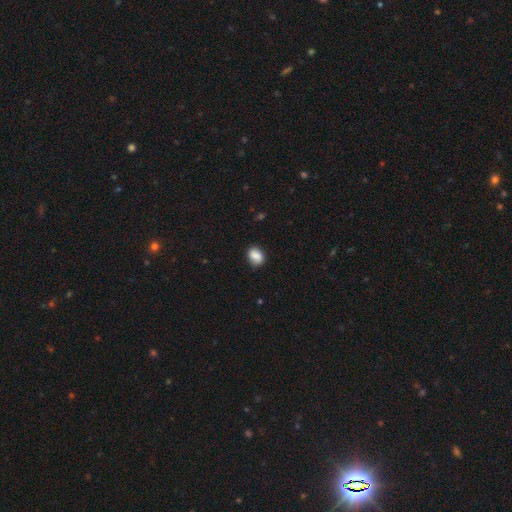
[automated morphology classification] Smooth or featured: smooth — 86% (star or artifact — 8%)
How rounded: in between — 64% (round — 34%)
Merging: none — 78% (minor disturbance — 17%)